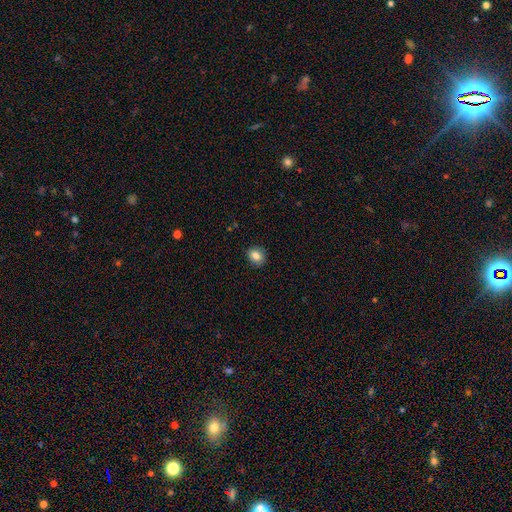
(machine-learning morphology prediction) The model was most divided on "how rounded": round: 53%, in between: 46%, cigar-shaped: 1%. More confident: merging — none (88%); smooth or featured — smooth (83%).